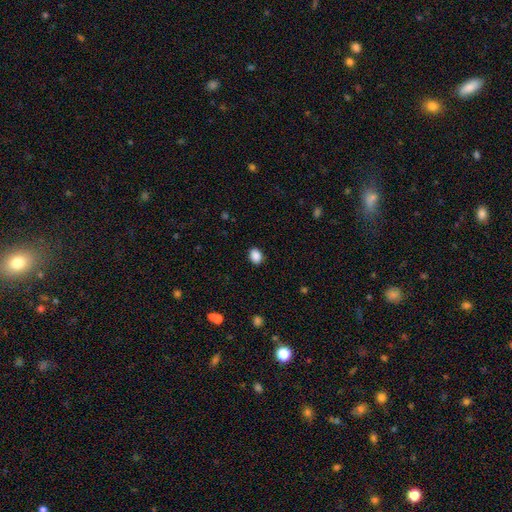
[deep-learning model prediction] Smooth or featured?
  - smooth: 88% *
  - star or artifact: 9%
  - featured or disk: 3%
How rounded?
  - in between: 55% *
  - round: 44%
  - cigar-shaped: 1%
Merging?
  - none: 88% *
  - minor disturbance: 9%
  - major disturbance: 2%
  - merger: 1%